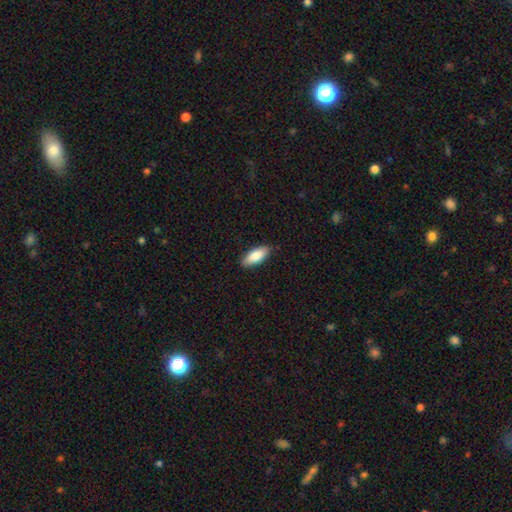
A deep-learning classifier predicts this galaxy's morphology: Smooth or featured?
  - smooth: 85% *
  - featured or disk: 9%
  - star or artifact: 6%
How rounded?
  - in between: 81% *
  - cigar-shaped: 17%
  - round: 2%
Merging?
  - none: 87% *
  - minor disturbance: 10%
  - major disturbance: 2%
  - merger: 1%